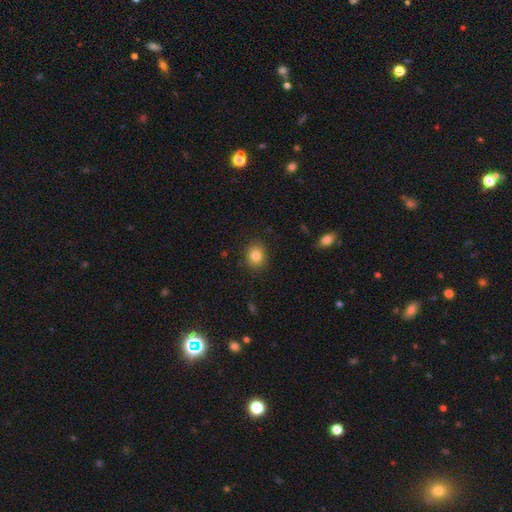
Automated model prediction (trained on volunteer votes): Overall: smooth (83%). How rounded: round (66%; in between 33%). Merging: none (88%).